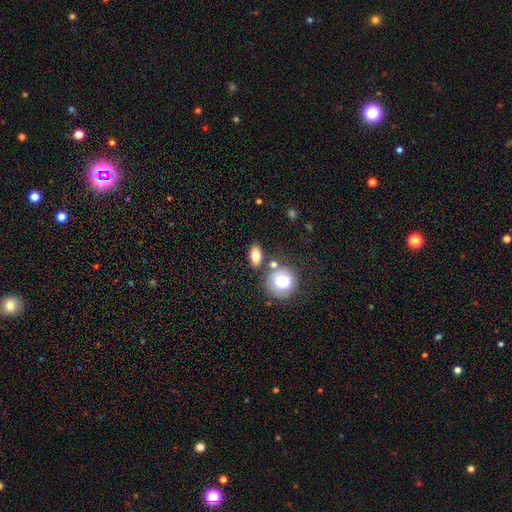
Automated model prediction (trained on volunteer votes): Smooth or featured? Predicted: smooth (p=0.76). How rounded? Predicted: in between (p=0.75). Merging? Predicted: none (p=0.70).